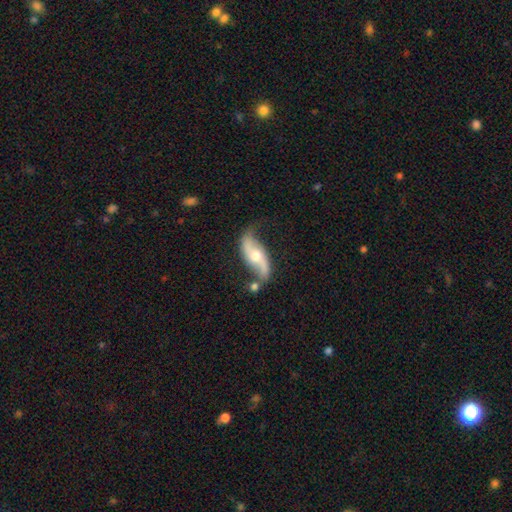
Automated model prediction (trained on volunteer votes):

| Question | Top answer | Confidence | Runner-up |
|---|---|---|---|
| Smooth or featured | featured or disk | 77% | smooth (18%) |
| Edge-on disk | no | 89% | yes (11%) |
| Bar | no | 55% | weak (30%) |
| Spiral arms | yes | 89% | no (11%) |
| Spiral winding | loose | 81% | medium (14%) |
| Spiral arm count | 2 | 91% | can't tell (4%) |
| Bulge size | moderate | 70% | small (21%) |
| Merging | none | 57% | minor disturbance (22%) |